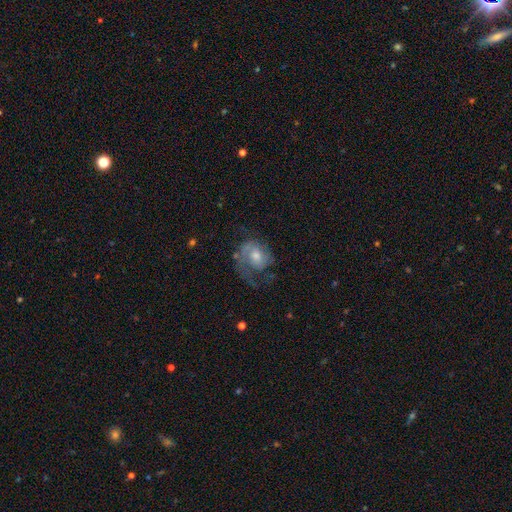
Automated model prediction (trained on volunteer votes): Smooth or featured? featured or disk (72%)
Edge-on disk? no (98%)
Bar? no (67%)
Spiral arms? yes (89%)
Spiral winding? medium (42%)
Spiral arm count? 1 (47%)
Bulge size? moderate (52%)
Merging? none (44%)